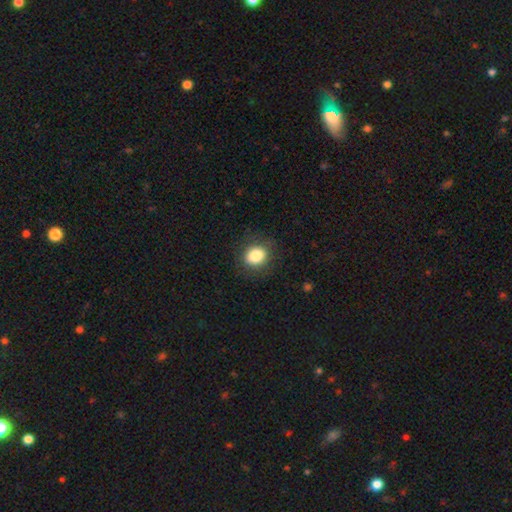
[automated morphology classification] This is clearly a smooth galaxy (84%). How rounded: likely round (62%). Merging: clearly none (86%).